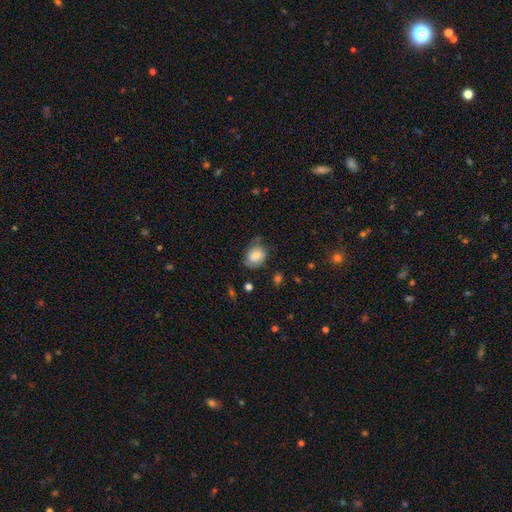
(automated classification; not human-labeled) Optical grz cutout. It shows a smooth galaxy with no disk features (75%) that is in between round and cigar-shaped (55%). Merging: none (58%).